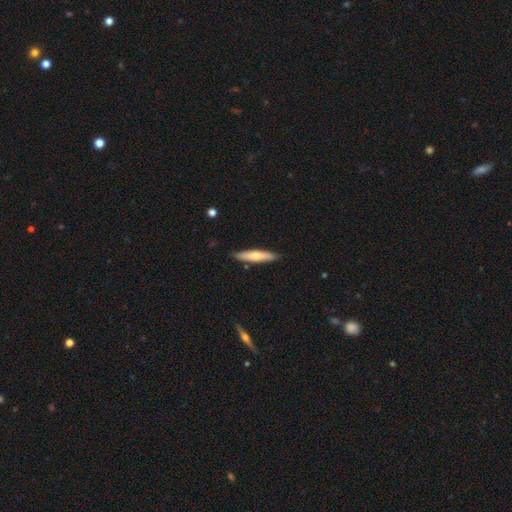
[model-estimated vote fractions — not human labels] This is possibly a smooth galaxy (58%). How rounded: clearly cigar-shaped (84%). Merging: clearly none (88%).